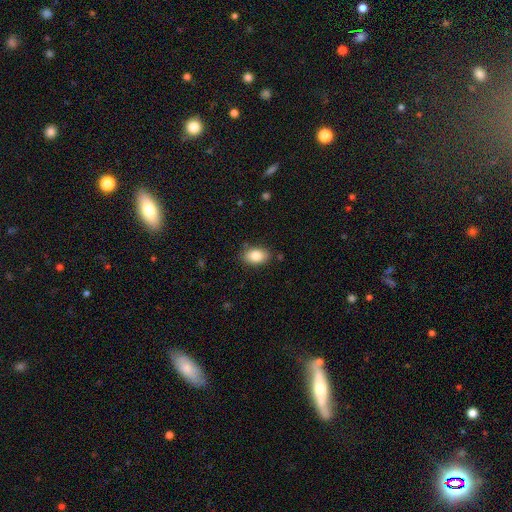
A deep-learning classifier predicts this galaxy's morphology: type=smooth (85%); roundness=in between (87%); merging=none (83%).